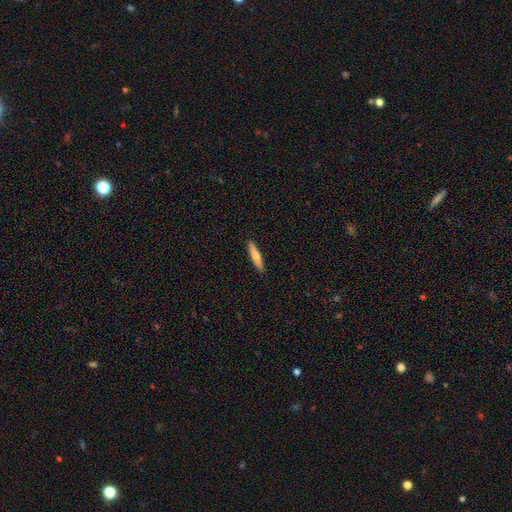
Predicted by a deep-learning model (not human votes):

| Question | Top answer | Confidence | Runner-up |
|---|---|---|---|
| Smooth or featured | smooth | 67% | featured or disk (27%) |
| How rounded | cigar-shaped | 86% | in between (13%) |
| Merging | none | 91% | minor disturbance (7%) |